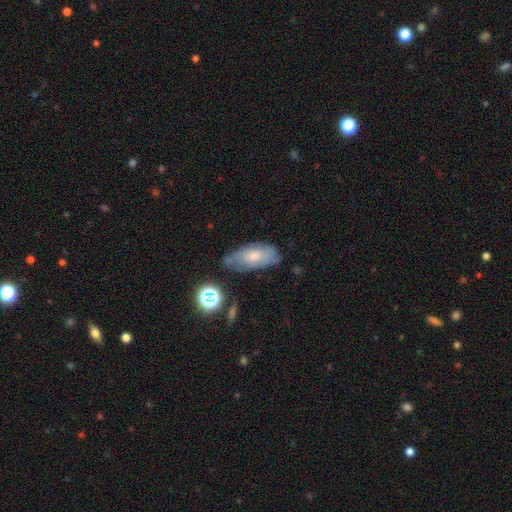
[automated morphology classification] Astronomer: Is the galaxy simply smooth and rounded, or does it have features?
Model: smooth — 52% (runner-up: featured or disk, 37%).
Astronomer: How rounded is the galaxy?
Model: in between — 86%.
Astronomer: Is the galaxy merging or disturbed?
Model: none — 61%.